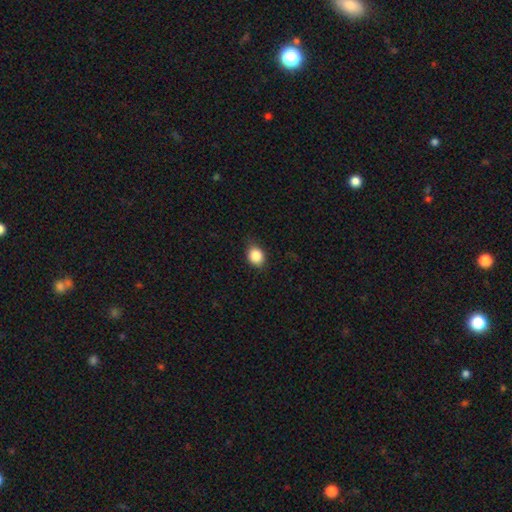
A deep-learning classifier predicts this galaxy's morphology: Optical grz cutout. It shows a smooth galaxy with no disk features (86%) that is round (59%). Merging: none (80%).